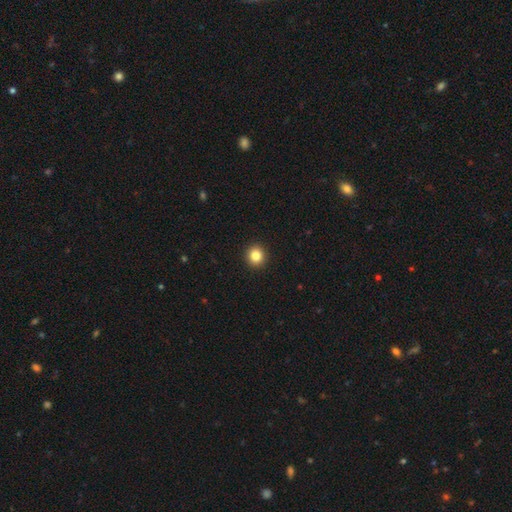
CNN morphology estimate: A smooth galaxy with no disk features (84%) that is round (92%). Merging: none (94%).